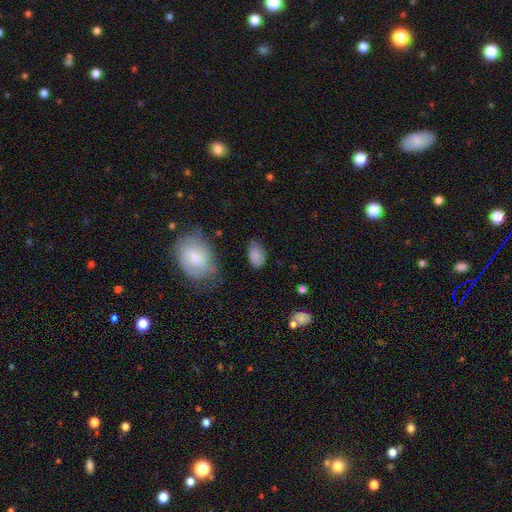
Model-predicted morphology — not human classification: type=smooth (80%); roundness=in between (90%); merging=none (60%).